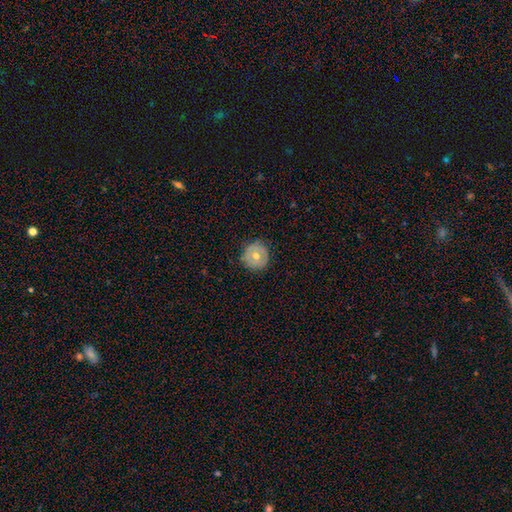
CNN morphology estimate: type=smooth (58%); roundness=round (95%); merging=none (86%).